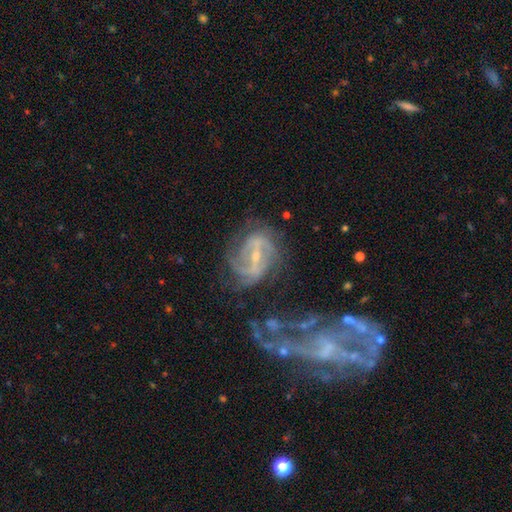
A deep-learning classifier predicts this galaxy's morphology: Smooth or featured?
  - featured or disk: 84% *
  - star or artifact: 8%
  - smooth: 8%
Edge-on disk?
  - no: 96% *
  - yes: 4%
Bar?
  - strong: 42% *
  - weak: 41%
  - no: 17%
Spiral arms?
  - yes: 91% *
  - no: 9%
Spiral winding?
  - medium: 42% *
  - tight: 35%
  - loose: 23%
Spiral arm count?
  - 2: 52% *
  - can't tell: 23%
  - 3: 12%
  - 1: 5%
  - 4: 5%
  - more than 4: 4%
Bulge size?
  - small: 65% *
  - moderate: 27%
  - none: 5%
  - large: 2%
  - dominant: 1%
Merging?
  - none: 47% *
  - minor disturbance: 19%
  - major disturbance: 19%
  - merger: 14%